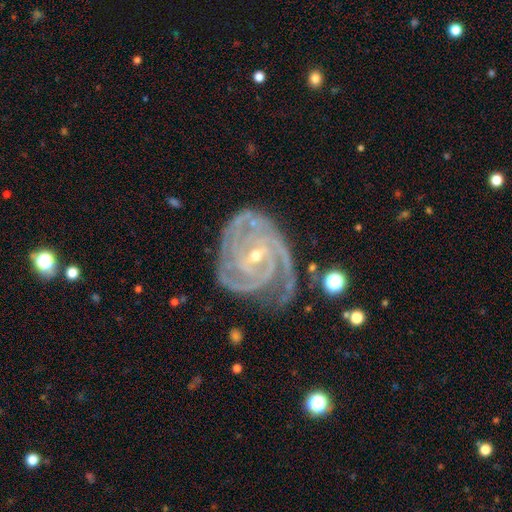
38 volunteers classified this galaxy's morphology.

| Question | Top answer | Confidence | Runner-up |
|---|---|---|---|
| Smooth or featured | featured or disk | 97% | smooth (3%) |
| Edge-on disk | no | 97% | yes (3%) |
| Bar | weak | 50% | strong (25%) |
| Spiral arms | yes | 100% | — |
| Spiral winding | tight | 75% | medium (25%) |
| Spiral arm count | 3 | 47% | 4 (28%) |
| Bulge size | small | 56% | moderate (42%) |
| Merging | minor disturbance | 42% | none (37%) |